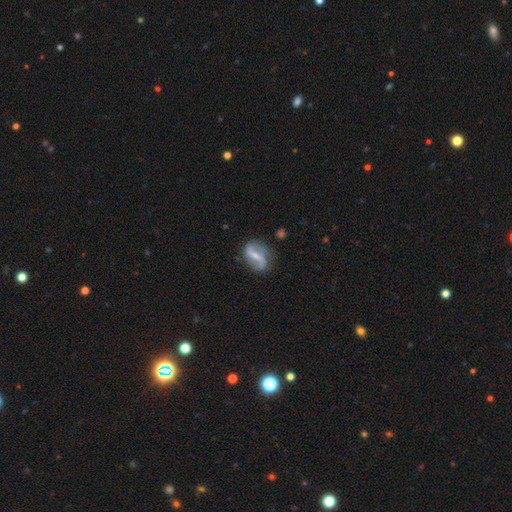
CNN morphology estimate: Smooth or featured? featured or disk (80%)
Edge-on disk? no (96%)
Bar? strong (51%)
Spiral arms? yes (90%)
Spiral winding? loose (63%)
Spiral arm count? 2 (88%)
Bulge size? small (52%)
Merging? none (72%)